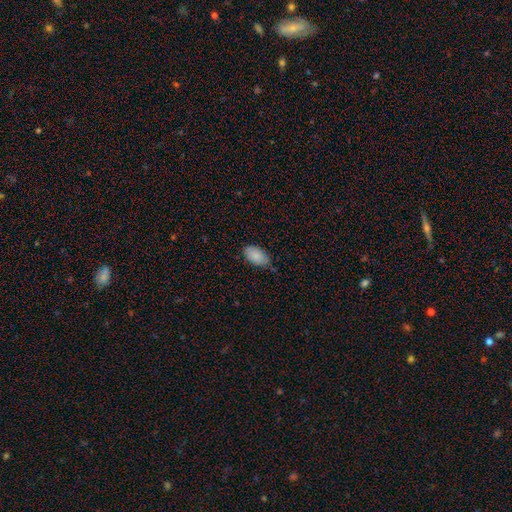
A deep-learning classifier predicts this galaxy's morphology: smooth 87%, star or artifact 7%, featured or disk 6%. Down the decision tree: how rounded — in between (94%); merging — none (67%).